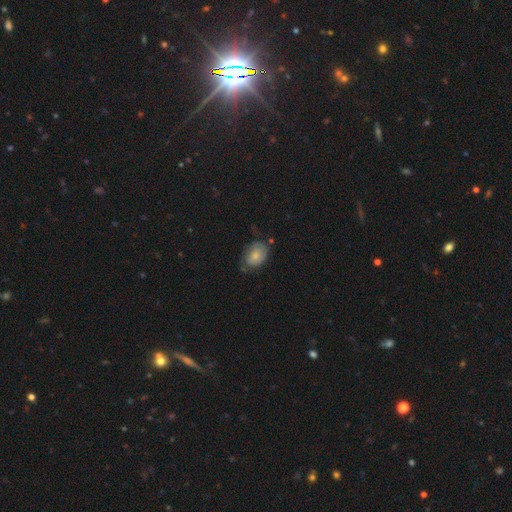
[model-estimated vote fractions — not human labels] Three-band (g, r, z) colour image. It shows a smooth galaxy with no disk features (70%) that is in between round and cigar-shaped (74%). Merging: none (54%).